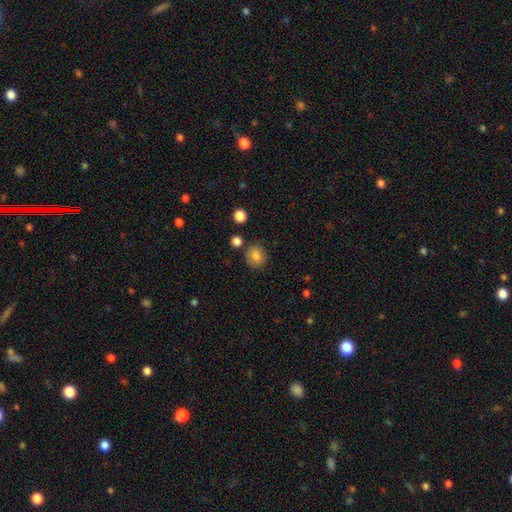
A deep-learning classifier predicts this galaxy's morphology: Q: Smooth or featured?
A: smooth (84%); runner-up: star or artifact (10%)
Q: How rounded?
A: round (76%); runner-up: in between (23%)
Q: Merging?
A: none (82%); runner-up: minor disturbance (10%)